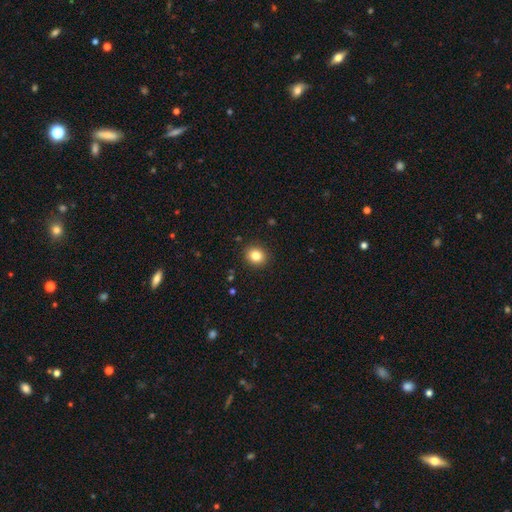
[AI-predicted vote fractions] Q: Smooth or featured?
A: smooth (83%); runner-up: star or artifact (11%)
Q: How rounded?
A: round (75%); runner-up: in between (24%)
Q: Merging?
A: none (91%); runner-up: minor disturbance (6%)